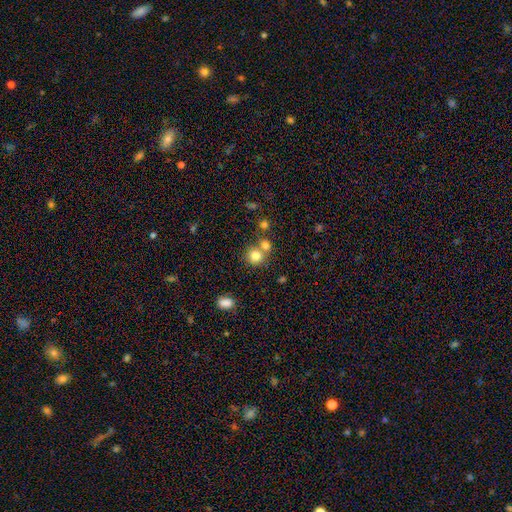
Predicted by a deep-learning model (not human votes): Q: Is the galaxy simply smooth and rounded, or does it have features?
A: smooth — 79%.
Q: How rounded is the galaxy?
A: round — 84%.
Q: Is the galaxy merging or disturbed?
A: none — 52%.